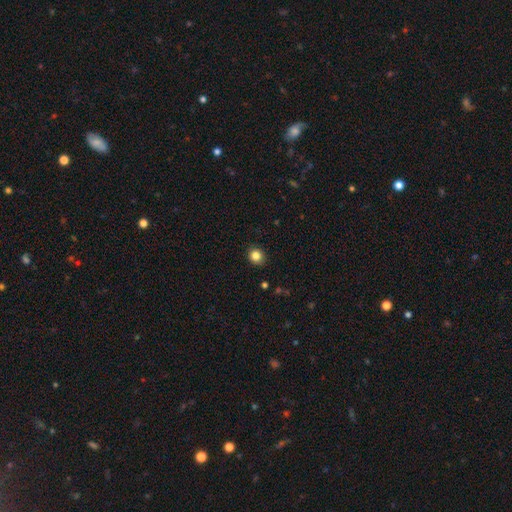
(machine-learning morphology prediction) type=smooth (84%); roundness=round (84%); merging=none (90%).